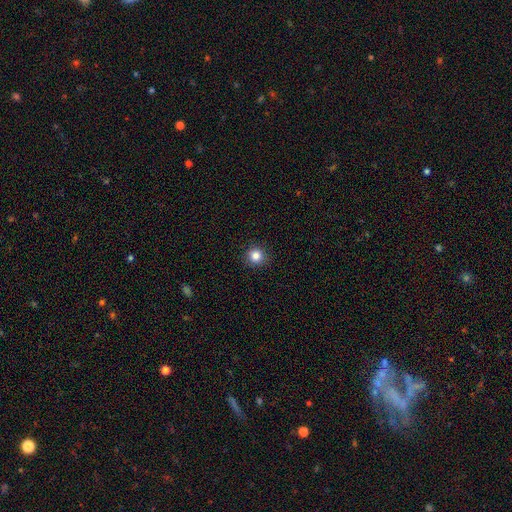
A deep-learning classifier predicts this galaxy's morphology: Overall: smooth (85%). How rounded: round (92%). Merging: none (91%).